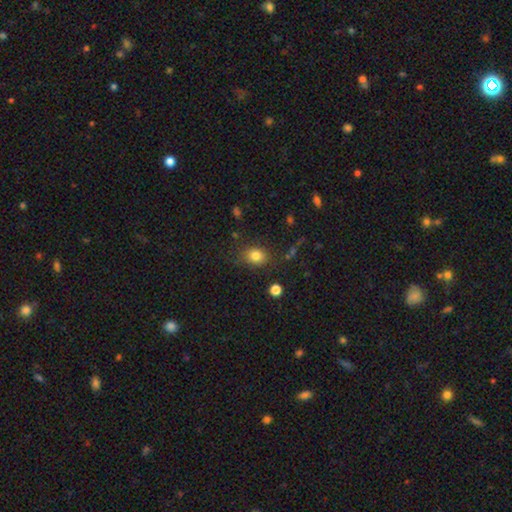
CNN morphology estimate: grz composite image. It shows a smooth galaxy with no disk features (81%) that is round (51%). Merging: none (79%).